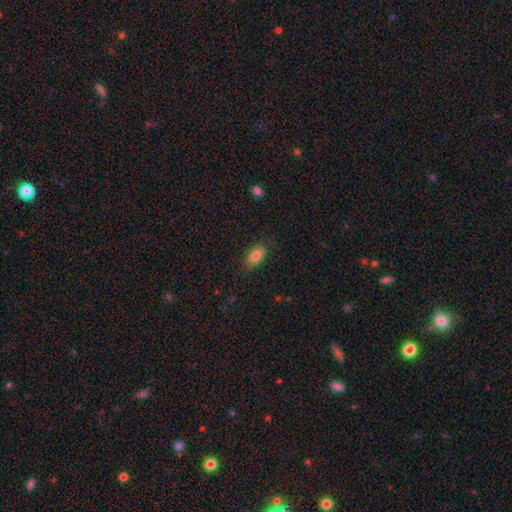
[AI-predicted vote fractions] Smooth or featured: smooth — 83% (featured or disk — 9%)
How rounded: in between — 90% (round — 6%)
Merging: none — 81% (minor disturbance — 14%)